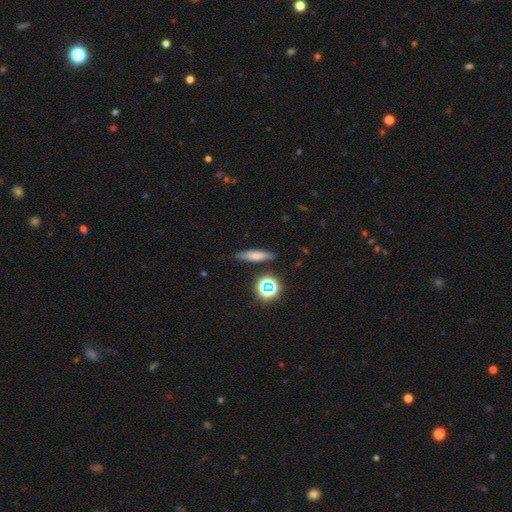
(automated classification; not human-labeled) This appears to be a smooth galaxy with no disk features (66%) that is cigar-shaped (67%). Merging: none (82%).